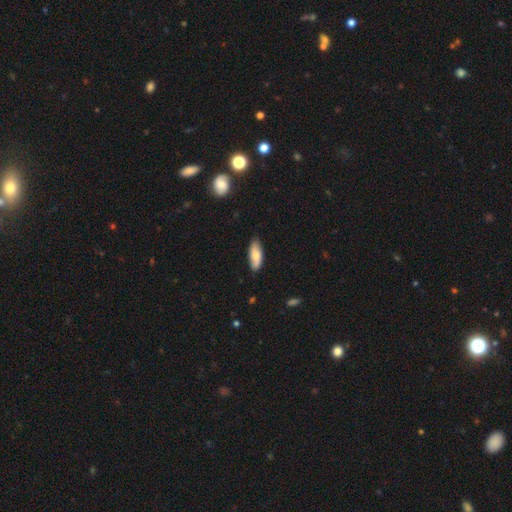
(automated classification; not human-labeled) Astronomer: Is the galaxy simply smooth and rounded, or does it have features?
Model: smooth — 69%.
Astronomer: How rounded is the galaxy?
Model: in between — 72%.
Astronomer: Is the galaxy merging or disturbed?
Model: none — 82%.